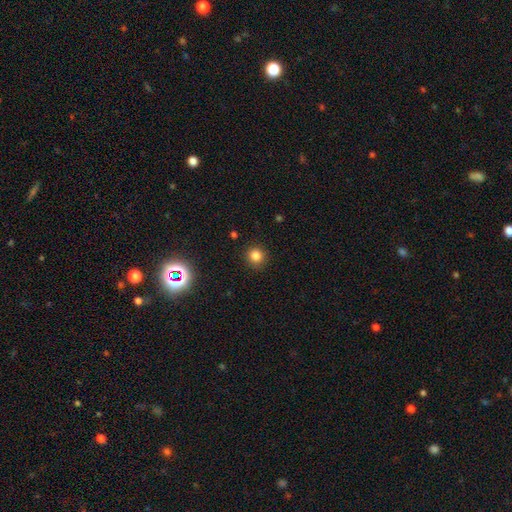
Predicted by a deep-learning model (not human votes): Overall: smooth (82%). How rounded: round (92%). Merging: none (90%).